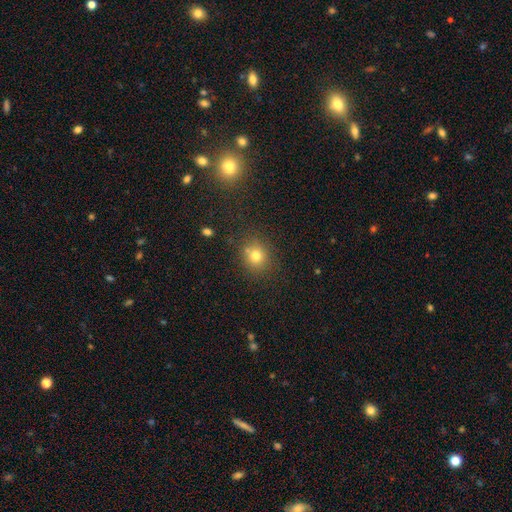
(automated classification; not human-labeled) This is likely a smooth galaxy (76%). How rounded: likely round (79%). Merging: likely none (75%).